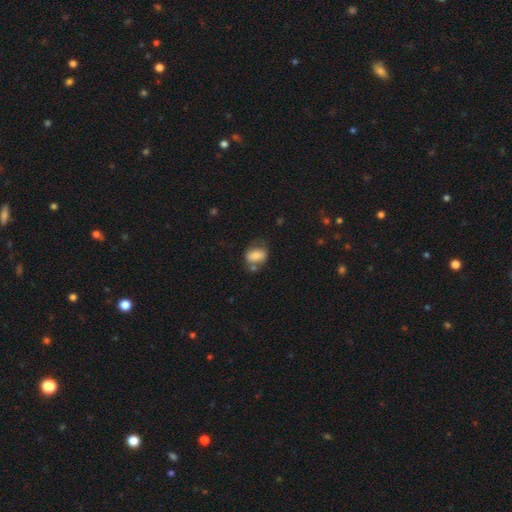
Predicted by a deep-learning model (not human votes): Smooth or featured: smooth — 71% (featured or disk — 21%)
How rounded: in between — 71% (round — 27%)
Merging: none — 49% (minor disturbance — 23%)